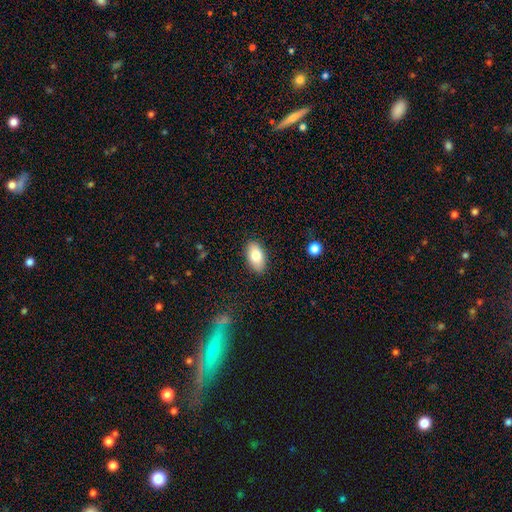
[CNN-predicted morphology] smooth 78%, featured or disk 15%, star or artifact 7%. Down the decision tree: how rounded — in between (93%); merging — none (88%).